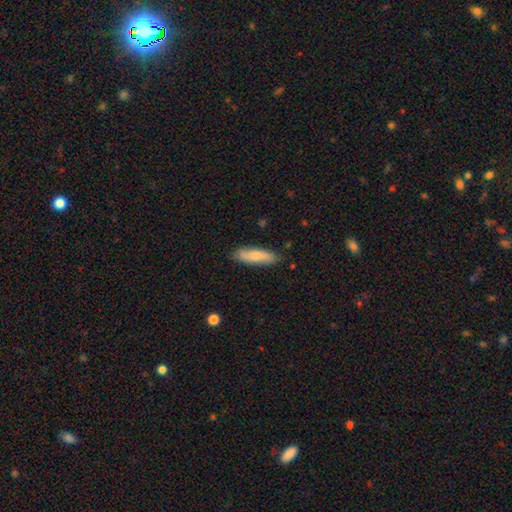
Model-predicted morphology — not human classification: type=smooth (78%); roundness=cigar-shaped (56%); merging=none (84%).